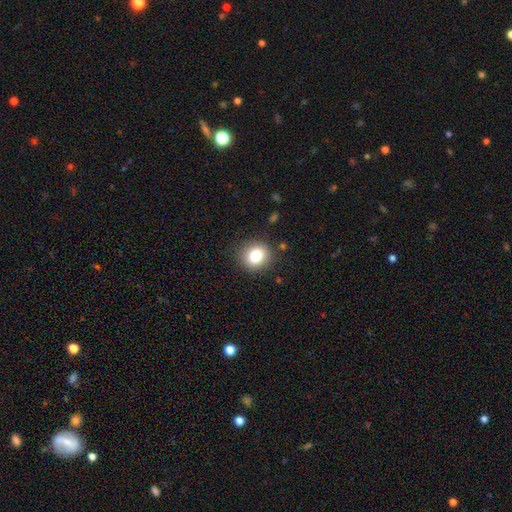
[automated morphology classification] Overall: smooth (81%). How rounded: round (79%). Merging: none (86%).